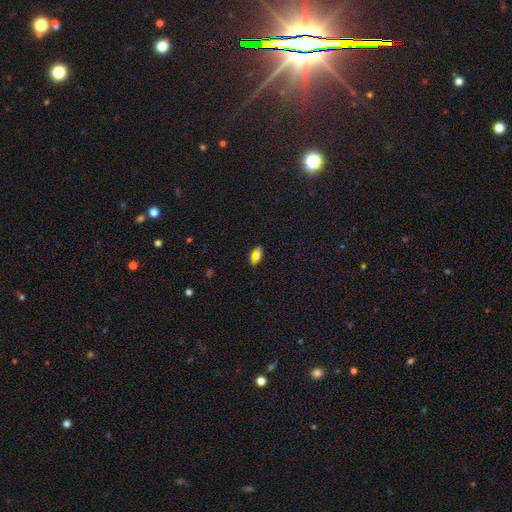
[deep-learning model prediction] Q: Smooth or featured?
A: smooth (63%); runner-up: star or artifact (22%)
Q: How rounded?
A: in between (83%); runner-up: round (11%)
Q: Merging?
A: none (72%); runner-up: minor disturbance (19%)